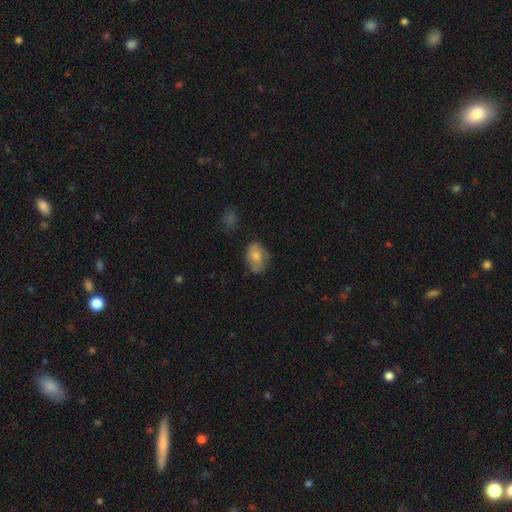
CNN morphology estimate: smooth-or-featured: smooth: 69% | featured or disk: 23% | star or artifact: 8%
  how-rounded: in between: 73% | round: 26% | cigar-shaped: 1%
  merging: none: 56% | minor disturbance: 30% | major disturbance: 11% | merger: 3%